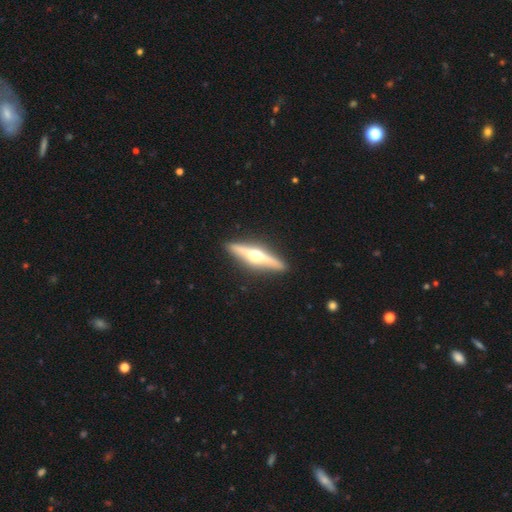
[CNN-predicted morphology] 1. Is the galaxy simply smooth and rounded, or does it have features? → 72% featured or disk, 23% smooth, 5% star or artifact.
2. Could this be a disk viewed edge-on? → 96% yes, 4% no.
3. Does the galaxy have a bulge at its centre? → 95% rounded, 2% boxy, 2% none.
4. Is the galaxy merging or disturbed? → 91% none, 7% minor disturbance, 2% major disturbance, 1% merger.